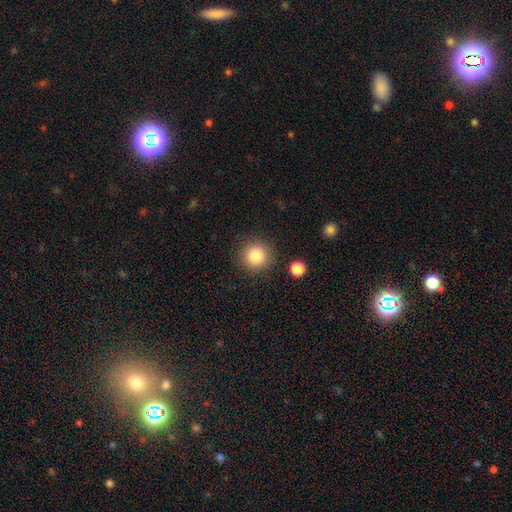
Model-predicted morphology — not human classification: Smooth or featured? Predicted: smooth (p=0.85). How rounded? Predicted: round (p=0.95). Merging? Predicted: none (p=0.87).